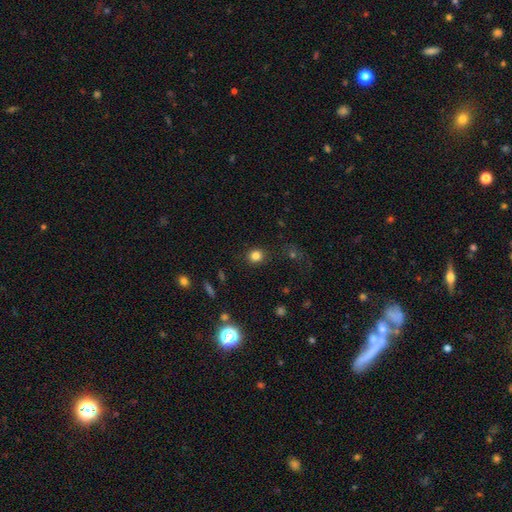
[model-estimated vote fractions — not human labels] Smooth or featured? Predicted: smooth (p=0.82). How rounded? Predicted: round (p=0.87). Merging? Predicted: none (p=0.89).